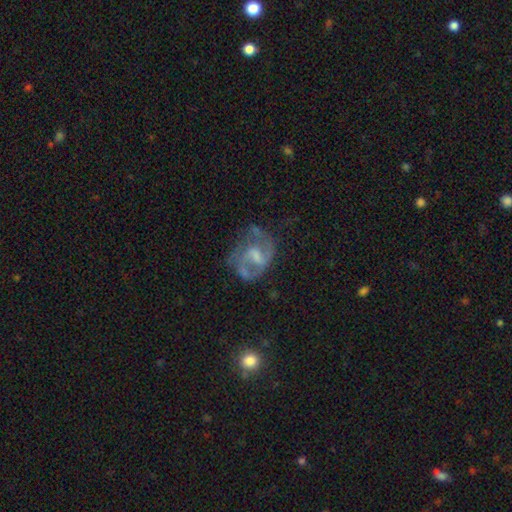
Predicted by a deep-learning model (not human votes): smooth_or_featured: featured or disk (p=0.75) [alt: smooth p=0.16]
disk_edge_on: no (p=0.97) [alt: yes p=0.03]
bar: weak (p=0.51) [alt: no p=0.33]
has_spiral_arms: yes (p=0.80) [alt: no p=0.20]
spiral_winding: medium (p=0.49) [alt: loose p=0.26]
spiral_arm_count: 2 (p=0.63) [alt: can't tell p=0.19]
bulge_size: moderate (p=0.35) [tied with: small p=0.35]
merging: none (p=0.50) [alt: minor disturbance p=0.23]